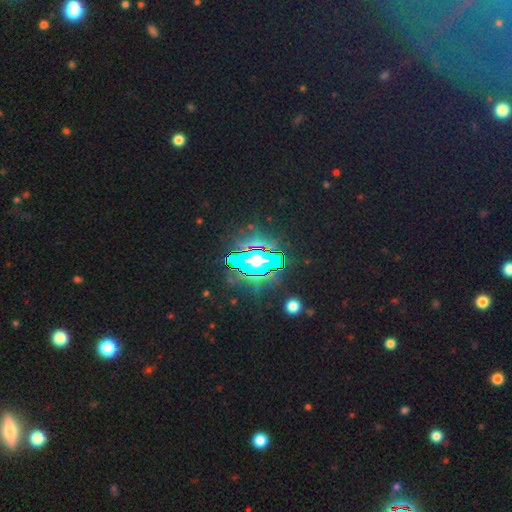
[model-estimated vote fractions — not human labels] Smooth or featured? star or artifact (83%)